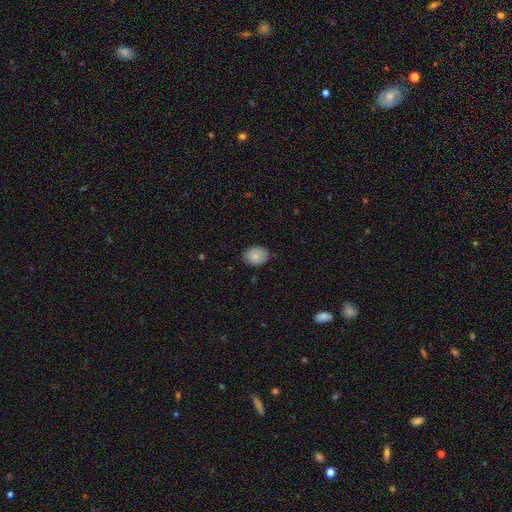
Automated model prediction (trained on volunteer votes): Smooth or featured: smooth — 85% (featured or disk — 8%)
How rounded: in between — 69% (round — 30%)
Merging: none — 81% (minor disturbance — 16%)